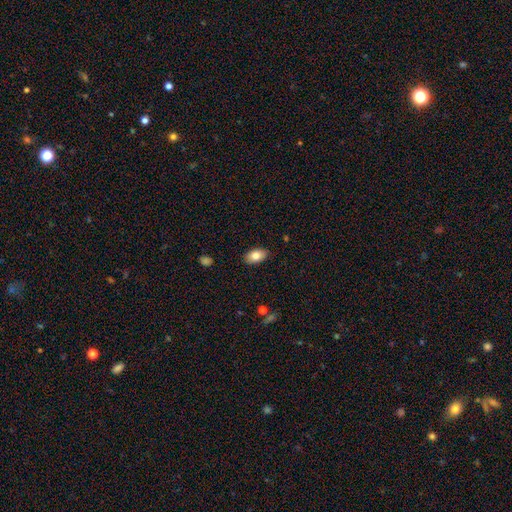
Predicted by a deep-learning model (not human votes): smooth-or-featured: smooth: 80% | featured or disk: 12% | star or artifact: 7%
  how-rounded: in between: 92% | round: 6% | cigar-shaped: 2%
  merging: none: 87% | minor disturbance: 10% | major disturbance: 2% | merger: 1%